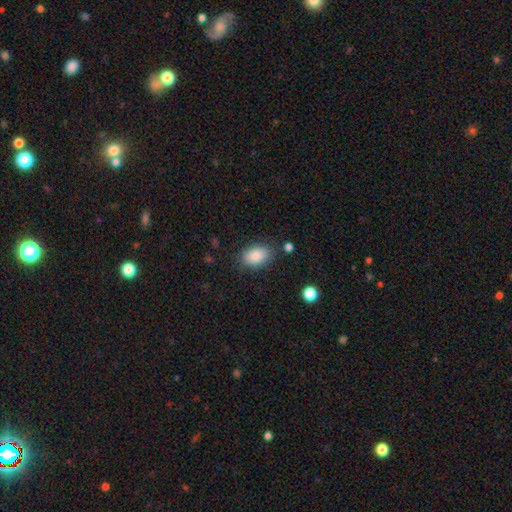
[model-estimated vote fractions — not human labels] A smooth galaxy with no disk features (85%) that is in between round and cigar-shaped (88%). Merging: none (79%).